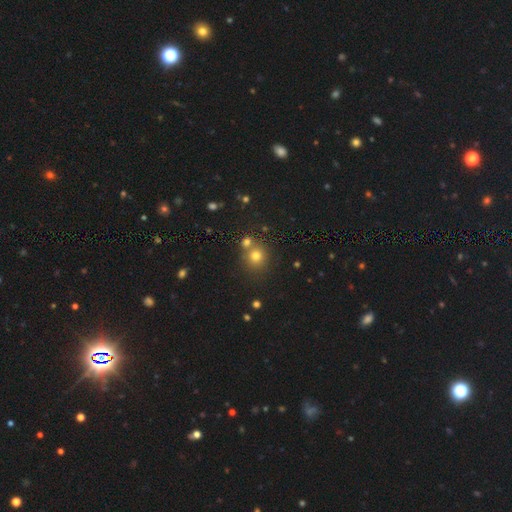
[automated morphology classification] smooth 75%, star or artifact 17%, featured or disk 8%. Down the decision tree: how rounded — round (88%); merging — none (65%).